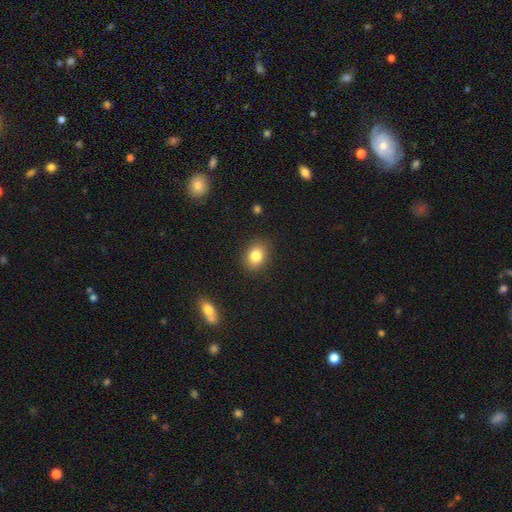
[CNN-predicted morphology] This is clearly a smooth galaxy (83%). How rounded: possibly in between (59%). Merging: clearly none (87%).